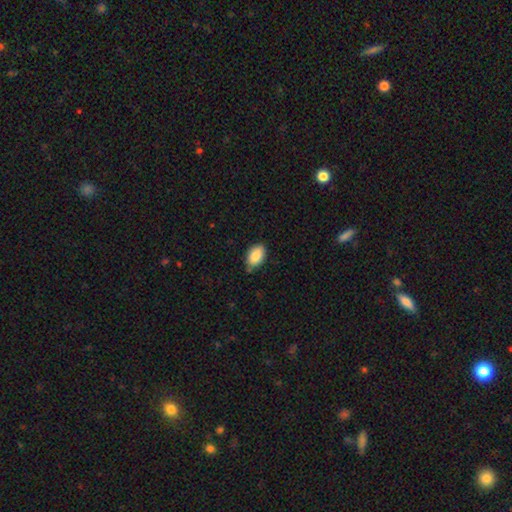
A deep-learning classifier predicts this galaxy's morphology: The model was most divided on "merging": none: 77%, minor disturbance: 18%, major disturbance: 3%, merger: 2%. More confident: how rounded — in between (91%); smooth or featured — smooth (87%).